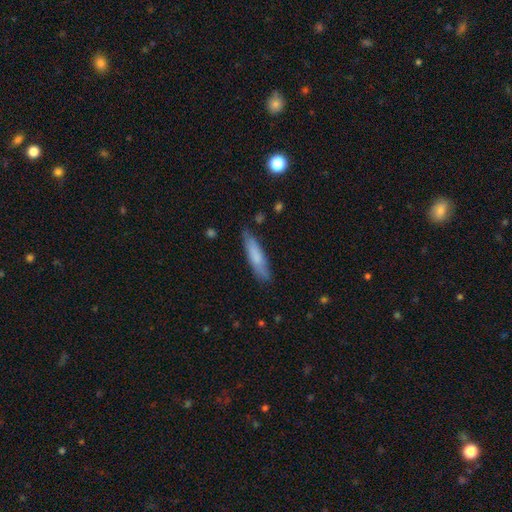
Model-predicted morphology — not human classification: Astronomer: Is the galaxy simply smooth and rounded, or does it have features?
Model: smooth — 72%.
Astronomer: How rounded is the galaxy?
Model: cigar-shaped — 79%.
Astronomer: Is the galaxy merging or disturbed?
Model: none — 80%.